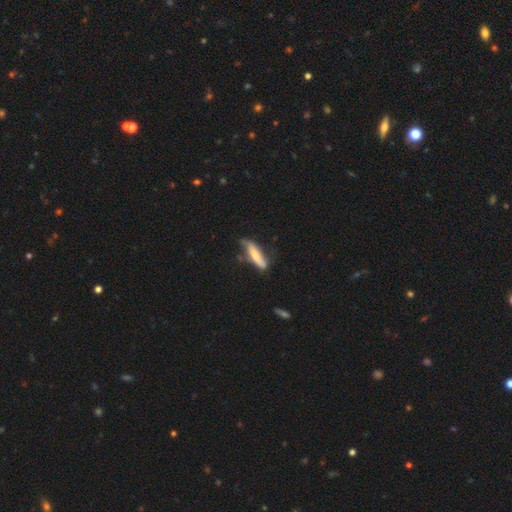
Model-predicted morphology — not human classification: This is likely a smooth galaxy (61%). How rounded: likely cigar-shaped (70%). Merging: possibly none (53%).